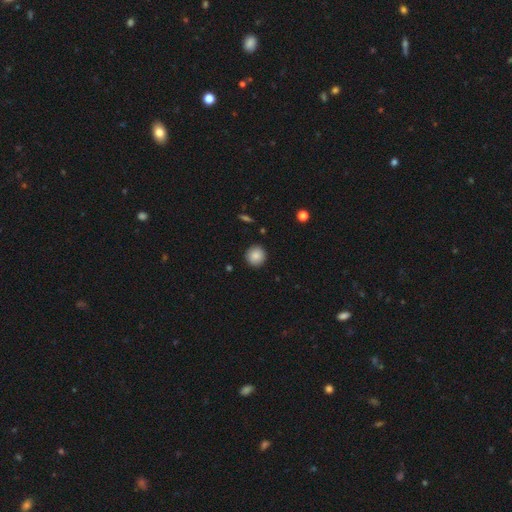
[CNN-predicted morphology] Smooth or featured?
  - smooth: 86% *
  - star or artifact: 9%
  - featured or disk: 5%
How rounded?
  - round: 93% *
  - in between: 6%
  - cigar-shaped: 1%
Merging?
  - none: 91% *
  - minor disturbance: 6%
  - major disturbance: 2%
  - merger: 1%